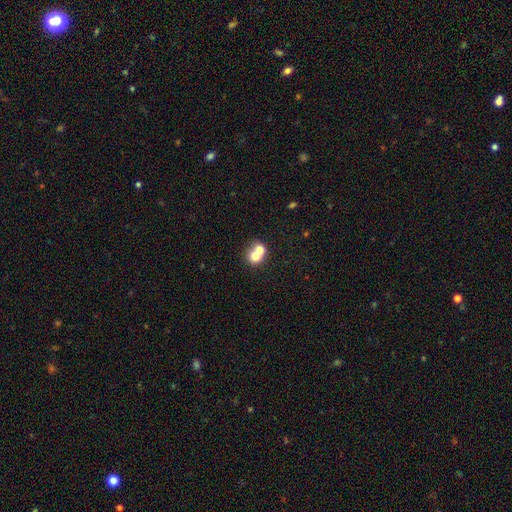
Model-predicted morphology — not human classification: Overall: smooth (68%). How rounded: round (75%). Merging: merger (65%; none 27%).